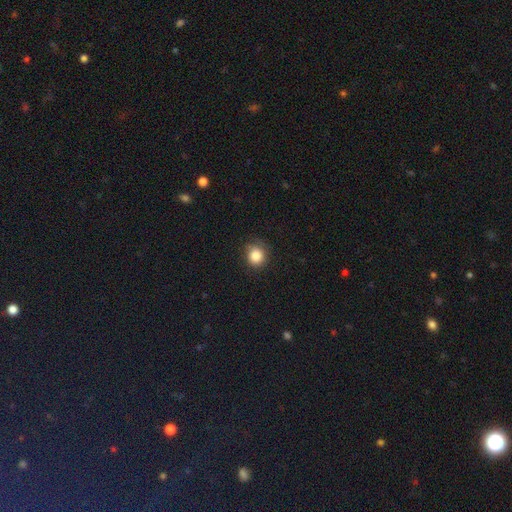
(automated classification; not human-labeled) This appears to be a smooth galaxy with no disk features (85%) that is round (87%). Merging: none (79%).